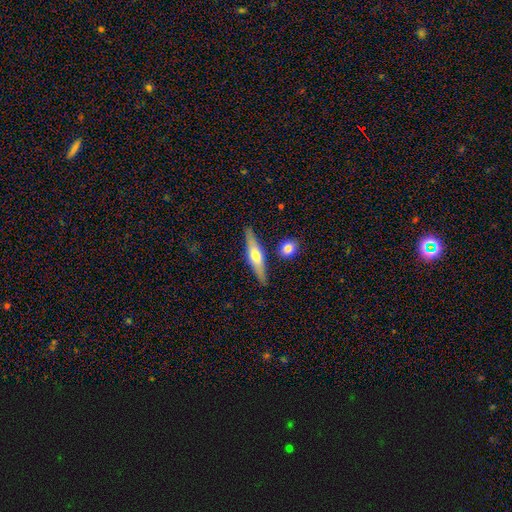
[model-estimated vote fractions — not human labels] featured or disk 55%, smooth 39%, star or artifact 6%. Down the decision tree: edge-on disk — yes (92%); edge-on bulge — rounded (88%); merging — none (84%).